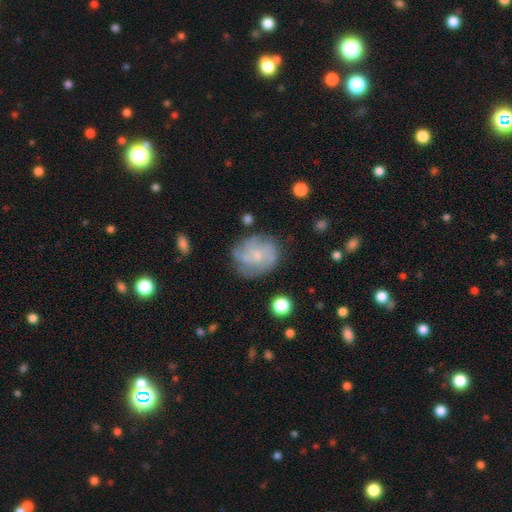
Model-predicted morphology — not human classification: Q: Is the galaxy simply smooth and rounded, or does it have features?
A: featured or disk — 56%.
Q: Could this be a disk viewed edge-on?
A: no — 97%.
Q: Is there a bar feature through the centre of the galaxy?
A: no — 76%.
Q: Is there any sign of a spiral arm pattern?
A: yes — 77%.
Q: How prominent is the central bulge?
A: small — 69%.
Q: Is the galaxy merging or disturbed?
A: none — 70%.